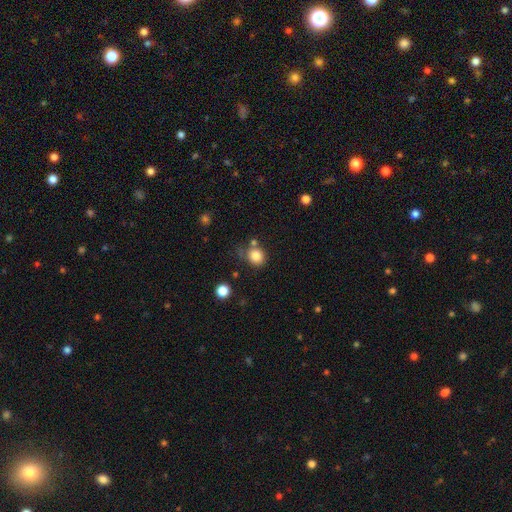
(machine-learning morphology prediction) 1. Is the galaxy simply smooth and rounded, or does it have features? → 83% smooth, 11% star or artifact, 6% featured or disk.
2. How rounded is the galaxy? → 79% round, 20% in between, 1% cigar-shaped.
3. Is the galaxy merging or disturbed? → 71% none, 14% minor disturbance, 11% merger, 5% major disturbance.